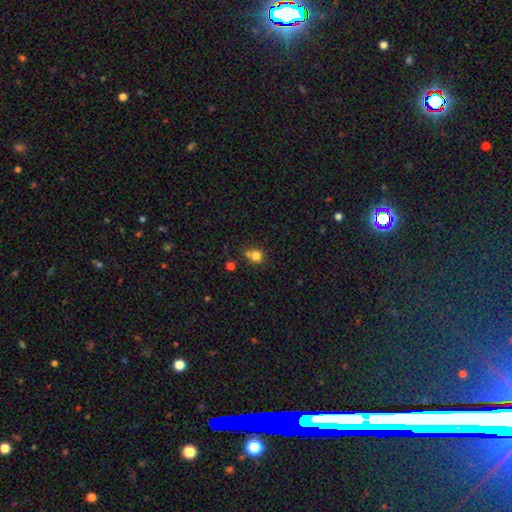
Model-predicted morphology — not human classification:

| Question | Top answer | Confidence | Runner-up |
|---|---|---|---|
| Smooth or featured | smooth | 80% | star or artifact (13%) |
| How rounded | round | 80% | in between (19%) |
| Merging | none | 58% | merger (20%) |